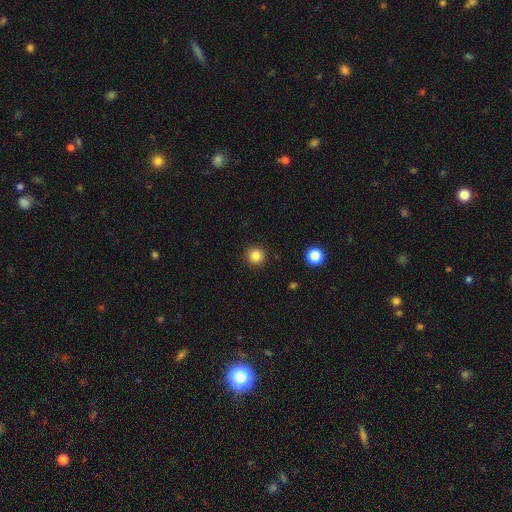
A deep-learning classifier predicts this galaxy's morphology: Smooth or featured? smooth (84%)
How rounded? round (95%)
Merging? none (92%)